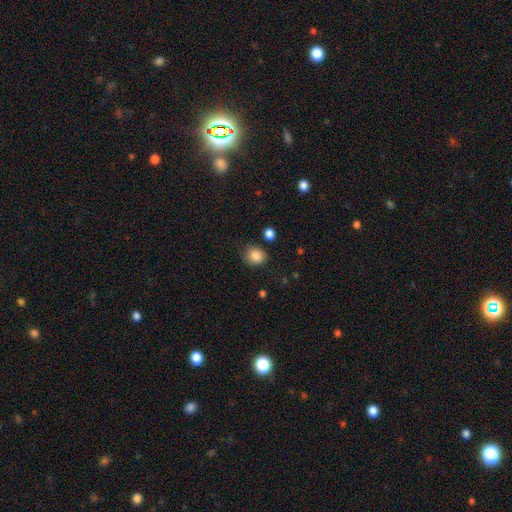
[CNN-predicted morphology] Q: Smooth or featured?
A: smooth (86%); runner-up: star or artifact (10%)
Q: How rounded?
A: round (75%); runner-up: in between (24%)
Q: Merging?
A: none (79%); runner-up: minor disturbance (14%)